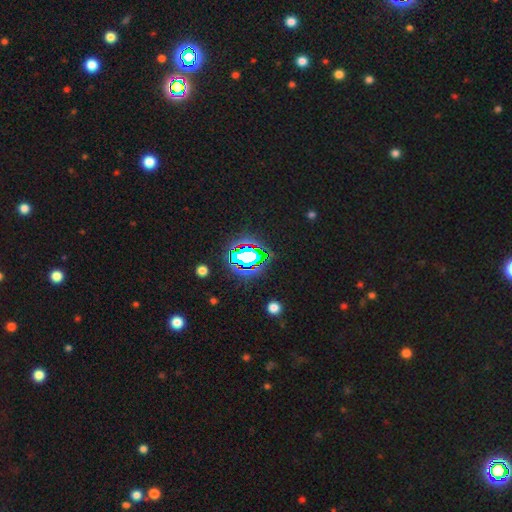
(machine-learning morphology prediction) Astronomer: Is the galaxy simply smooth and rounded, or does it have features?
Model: star or artifact — 73%.